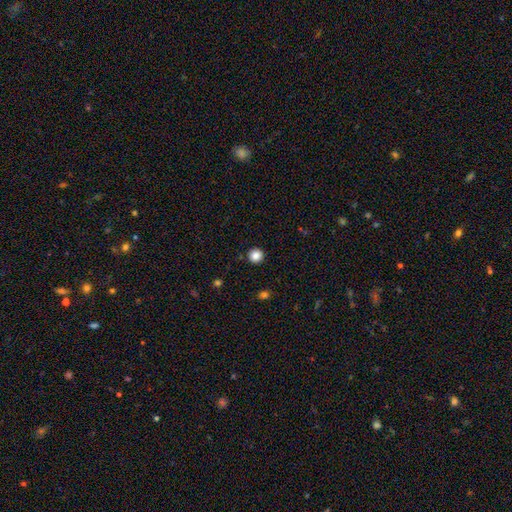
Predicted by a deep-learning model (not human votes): smooth_or_featured: smooth (p=0.86) [alt: star or artifact p=0.10]
how_rounded: round (p=0.95) [alt: in between p=0.04]
merging: none (p=0.93) [alt: minor disturbance p=0.04]